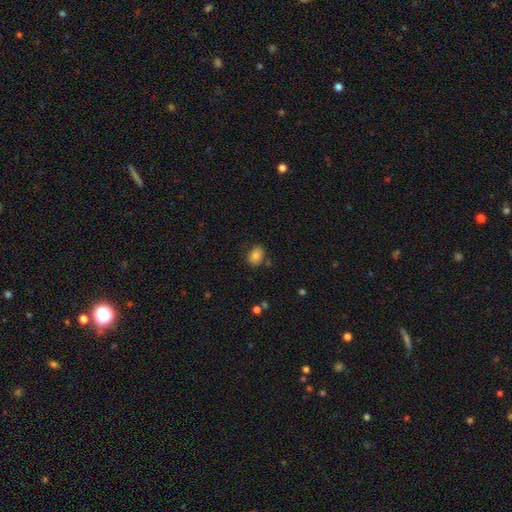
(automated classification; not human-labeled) Smooth or featured? Predicted: smooth (p=0.81). How rounded? Predicted: in between (p=0.66). Merging? Predicted: none (p=0.77).